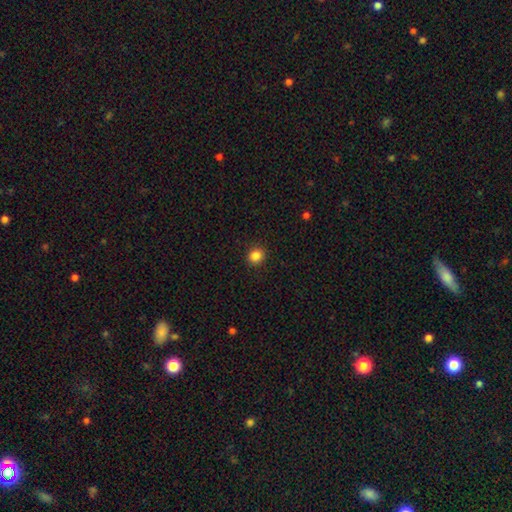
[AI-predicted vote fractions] Overall: smooth (86%). How rounded: round (83%). Merging: none (92%).